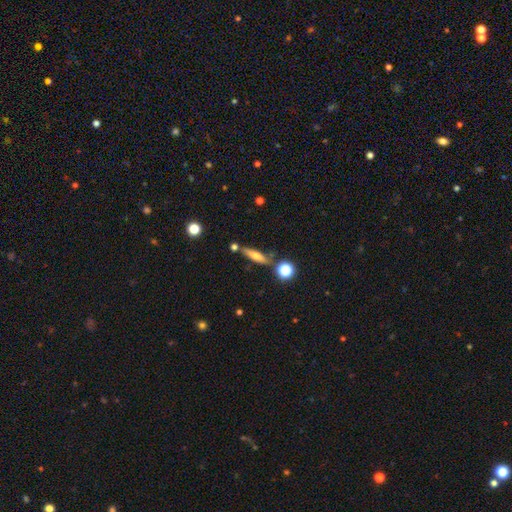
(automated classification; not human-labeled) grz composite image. It shows a smooth galaxy with no disk features (58%) that is cigar-shaped (70%). Merging: none (72%).